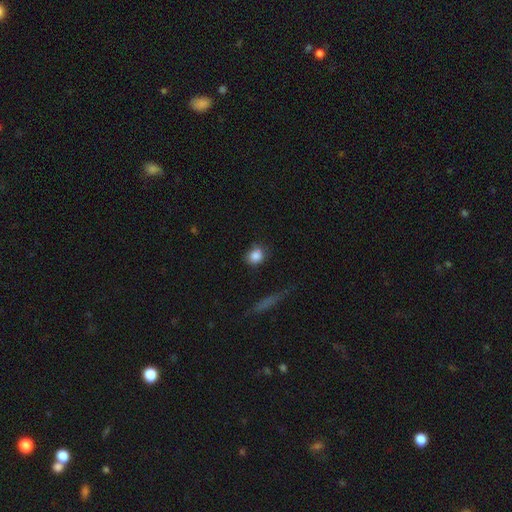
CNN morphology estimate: Smooth or featured?
  - smooth: 85% *
  - star or artifact: 10%
  - featured or disk: 6%
How rounded?
  - round: 73% *
  - in between: 25%
  - cigar-shaped: 2%
Merging?
  - none: 70% *
  - minor disturbance: 20%
  - major disturbance: 5%
  - merger: 4%